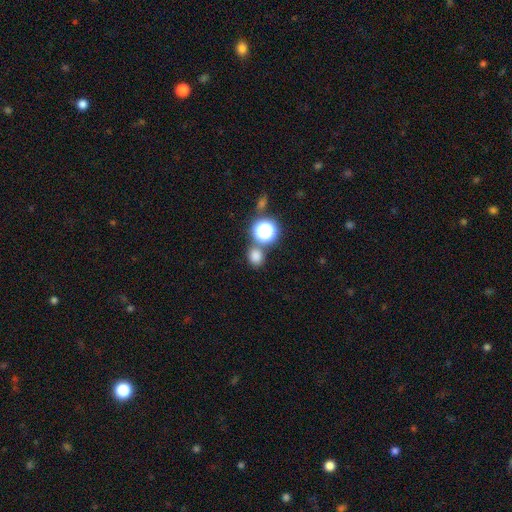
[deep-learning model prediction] This appears to be a smooth galaxy with no disk features (73%) that is round (67%). Merging: none (71%).